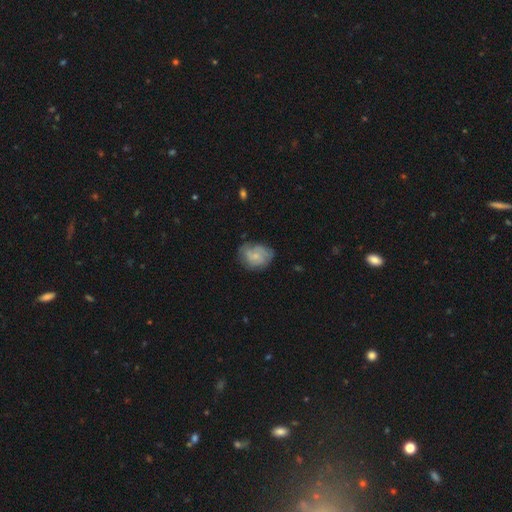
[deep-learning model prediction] A smooth galaxy with no disk features (52%) that is in between round and cigar-shaped (58%).

Vote fractions:
- Smooth or featured? smooth: 52% / featured or disk: 41% / star or artifact: 8%
- How rounded? in between: 58% / round: 41% / cigar-shaped: 1%
- Merging? none: 56% / minor disturbance: 30% / major disturbance: 12% / merger: 2%